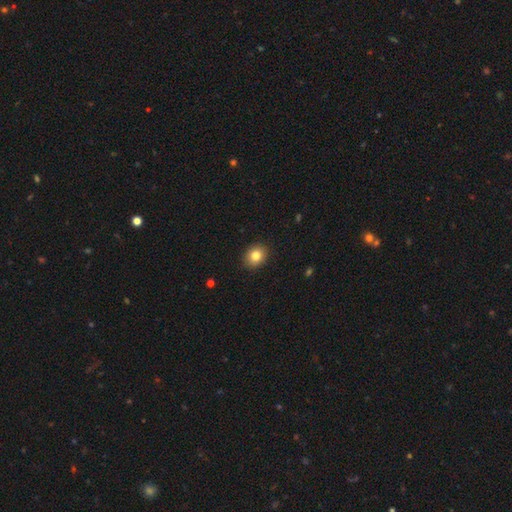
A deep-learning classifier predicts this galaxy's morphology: Overall: smooth (82%). How rounded: round (59%; in between 40%). Merging: none (90%).